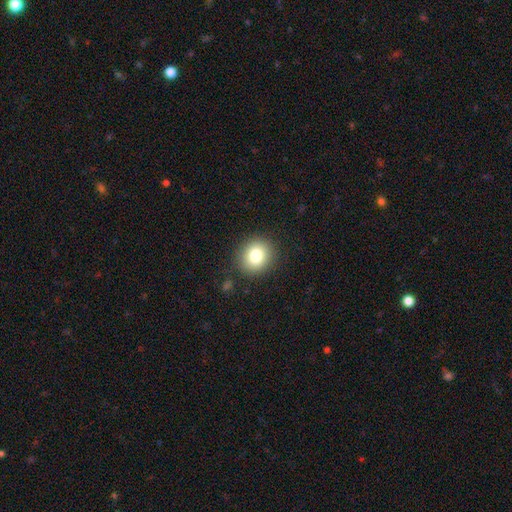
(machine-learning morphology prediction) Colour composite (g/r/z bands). It shows a smooth galaxy with no disk features (81%) that is round (79%). Merging: none (88%).